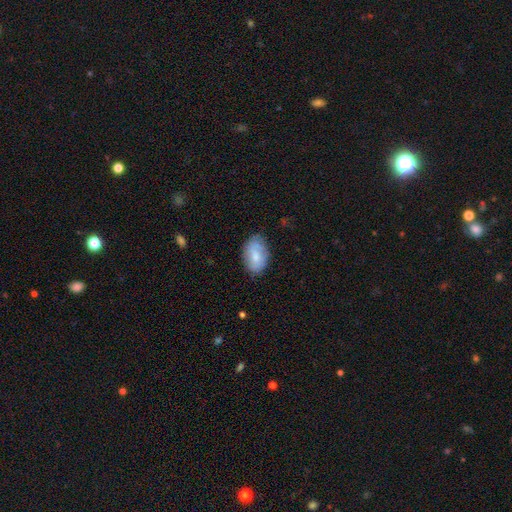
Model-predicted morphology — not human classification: This appears to be a smooth galaxy with no disk features (70%) that is in between round and cigar-shaped (91%). Merging: none (72%).